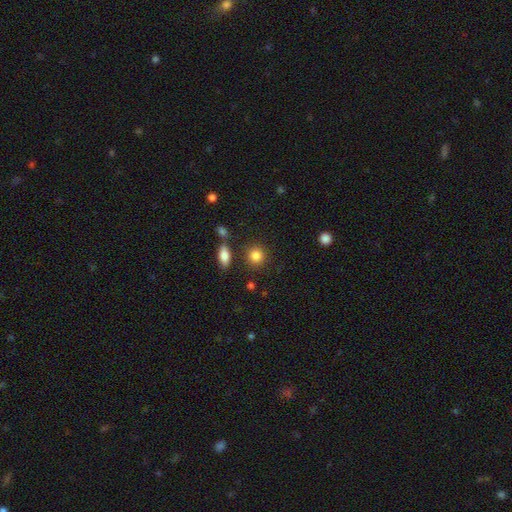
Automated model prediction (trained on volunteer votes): This appears to be a smooth galaxy with no disk features (85%) that is round (86%). Merging: none (82%).